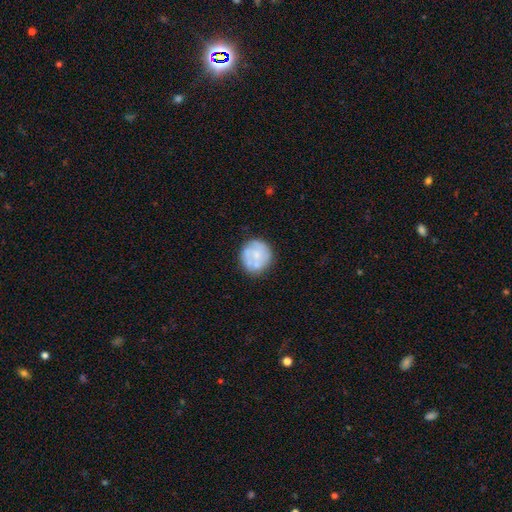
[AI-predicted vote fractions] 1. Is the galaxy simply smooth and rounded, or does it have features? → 48% smooth, 45% featured or disk, 7% star or artifact.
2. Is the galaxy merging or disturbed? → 68% none, 19% minor disturbance, 7% merger, 7% major disturbance.